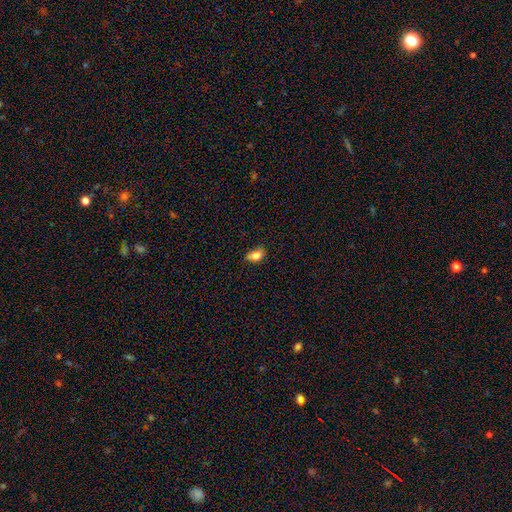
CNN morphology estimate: smooth-or-featured: smooth: 81% | star or artifact: 10% | featured or disk: 9%
  how-rounded: in between: 82% | round: 15% | cigar-shaped: 3%
  merging: none: 47% | minor disturbance: 38% | major disturbance: 10% | merger: 5%